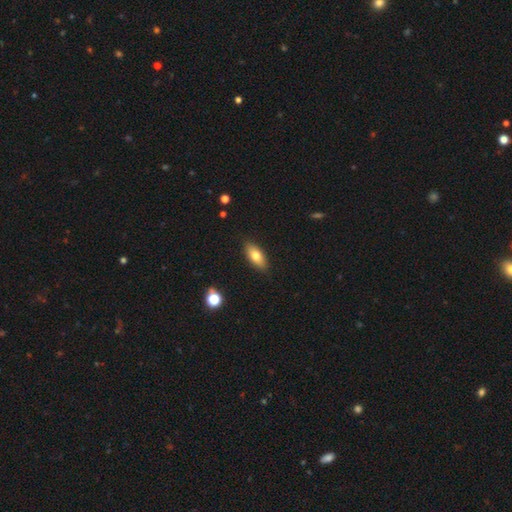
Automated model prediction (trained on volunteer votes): Overall: smooth (75%). How rounded: in between (84%). Merging: none (87%).